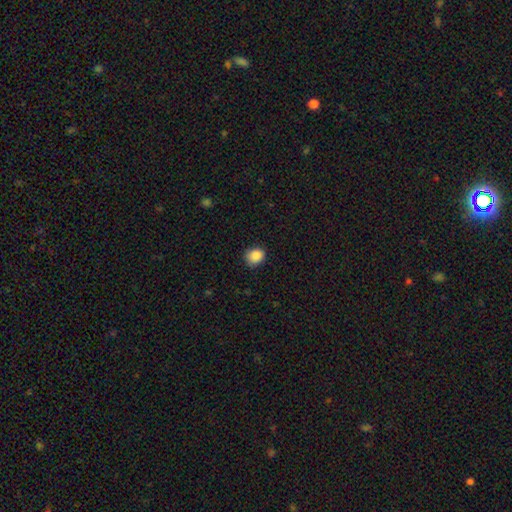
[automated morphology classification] type=smooth (88%); roundness=round (65%); merging=none (78%).